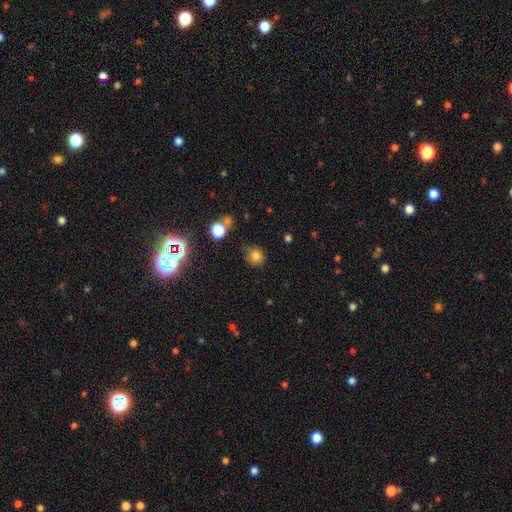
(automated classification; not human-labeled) Smooth or featured: smooth — 77% (star or artifact — 16%)
How rounded: round — 84% (in between — 15%)
Merging: none — 75% (minor disturbance — 17%)